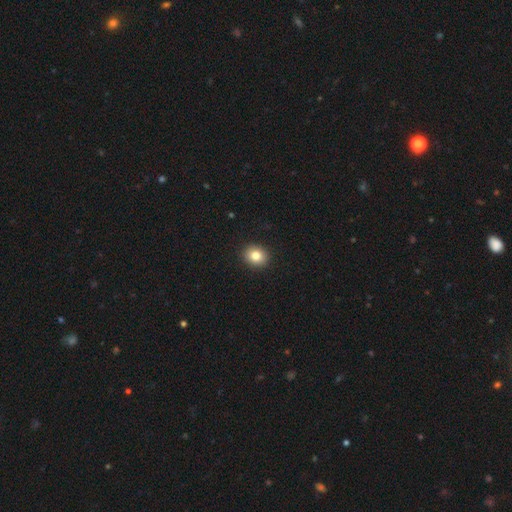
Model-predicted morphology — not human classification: smooth-or-featured: smooth: 82% | star or artifact: 10% | featured or disk: 8%
  how-rounded: round: 66% | in between: 33% | cigar-shaped: 1%
  merging: none: 91% | minor disturbance: 6% | major disturbance: 2% | merger: 1%